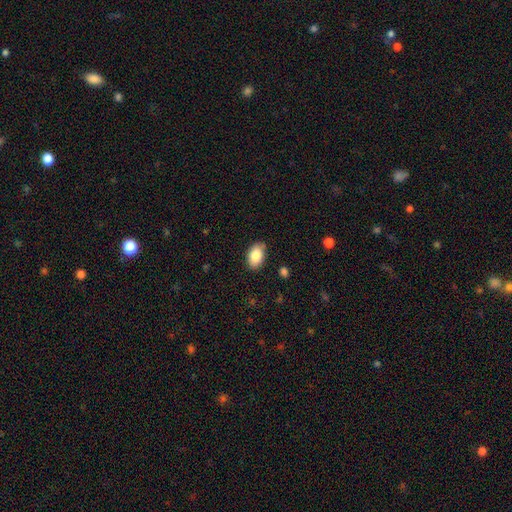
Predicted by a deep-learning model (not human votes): This appears to be a smooth galaxy with no disk features (86%) that is in between round and cigar-shaped (92%). Merging: none (84%).